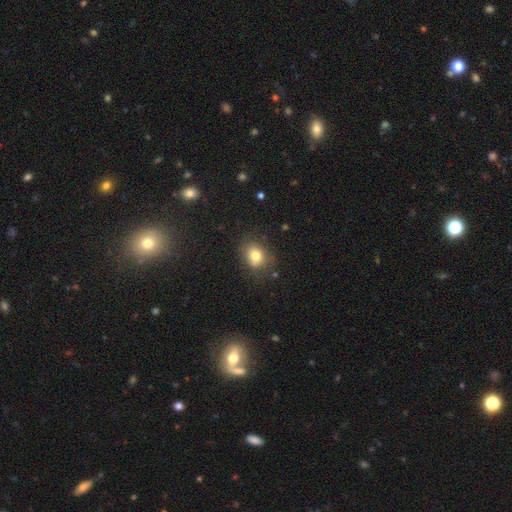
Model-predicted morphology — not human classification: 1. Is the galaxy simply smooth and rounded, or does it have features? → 76% smooth, 13% featured or disk, 11% star or artifact.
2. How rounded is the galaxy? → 51% in between, 48% round, 1% cigar-shaped.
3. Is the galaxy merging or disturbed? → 73% none, 18% minor disturbance, 6% major disturbance, 4% merger.